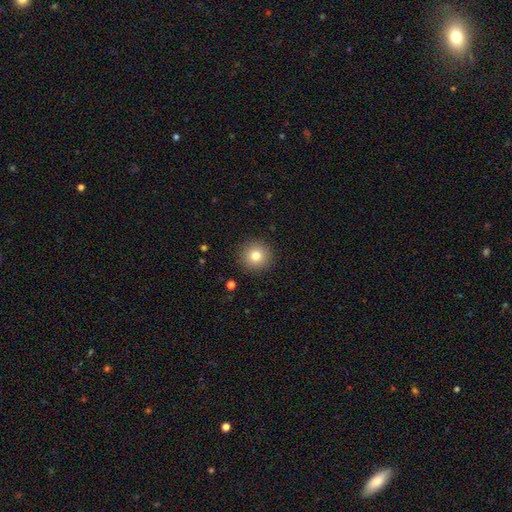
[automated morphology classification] A smooth galaxy with no disk features (80%) that is round (95%).

Vote fractions:
- Smooth or featured? smooth: 80% / star or artifact: 11% / featured or disk: 9%
- How rounded? round: 95% / in between: 4% / cigar-shaped: 1%
- Merging? none: 91% / minor disturbance: 6% / major disturbance: 2% / merger: 1%